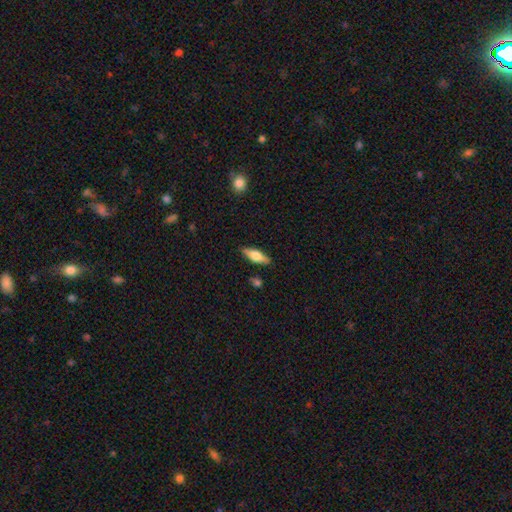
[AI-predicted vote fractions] smooth_or_featured: smooth (p=0.51) [alt: featured or disk p=0.43]
how_rounded: in between (p=0.54) [alt: cigar-shaped p=0.43]
merging: none (p=0.87) [alt: minor disturbance p=0.09]